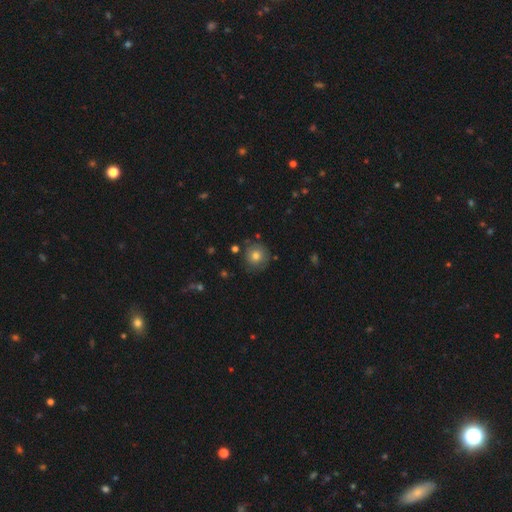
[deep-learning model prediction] smooth 76%, featured or disk 13%, star or artifact 11%. Down the decision tree: how rounded — round (93%); merging — none (81%).